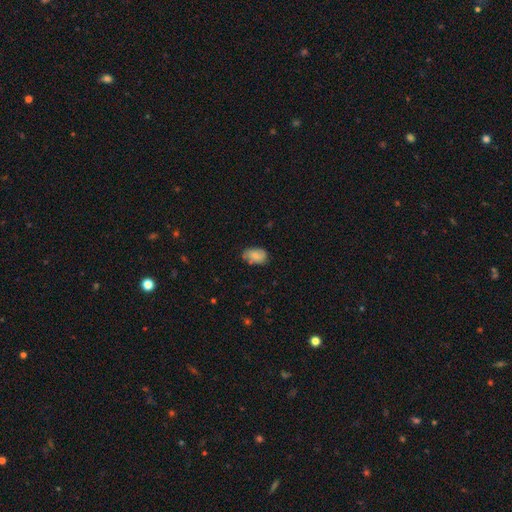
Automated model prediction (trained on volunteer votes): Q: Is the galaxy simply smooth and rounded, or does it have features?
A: smooth — 73%.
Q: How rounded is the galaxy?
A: in between — 88%.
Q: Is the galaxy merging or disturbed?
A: none — 67%.